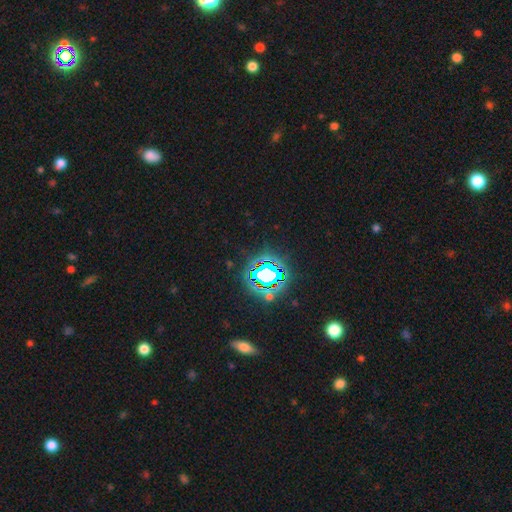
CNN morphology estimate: Smooth or featured?
  - star or artifact: 83% *
  - smooth: 10%
  - featured or disk: 7%